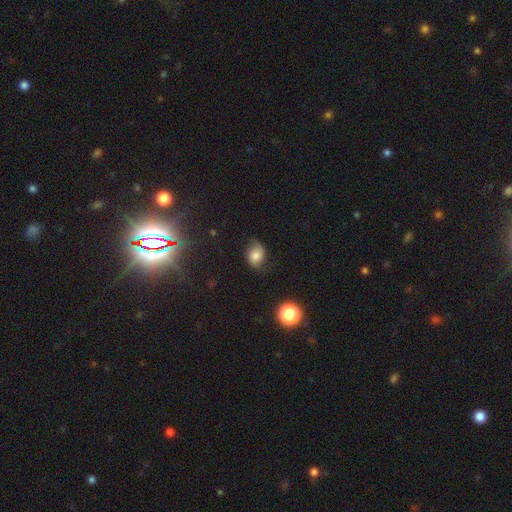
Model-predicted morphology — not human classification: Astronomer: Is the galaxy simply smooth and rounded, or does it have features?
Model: smooth — 62%.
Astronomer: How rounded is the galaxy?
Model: in between — 58% (runner-up: round, 41%).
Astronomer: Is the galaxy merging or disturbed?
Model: none — 59%.